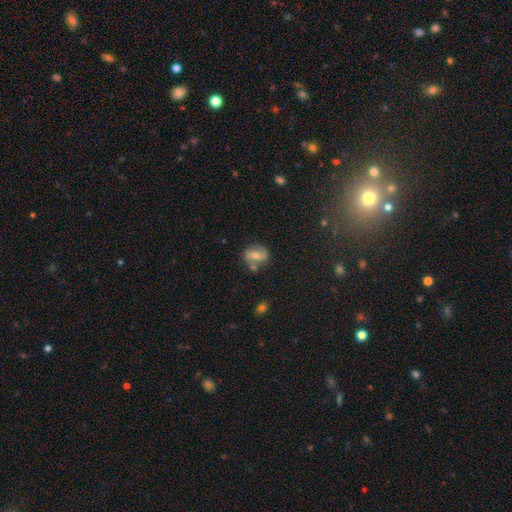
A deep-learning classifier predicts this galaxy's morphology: A smooth galaxy with no disk features (46%).

Vote fractions:
- Smooth or featured? smooth: 46% / featured or disk: 44% / star or artifact: 10%
- Merging? none: 62% / minor disturbance: 18% / merger: 14% / major disturbance: 6%